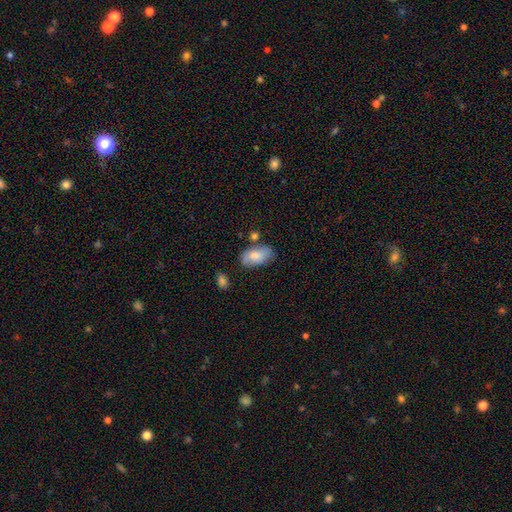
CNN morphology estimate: A smooth galaxy with no disk features (75%) that is in between round and cigar-shaped (93%). Merging: none (62%).